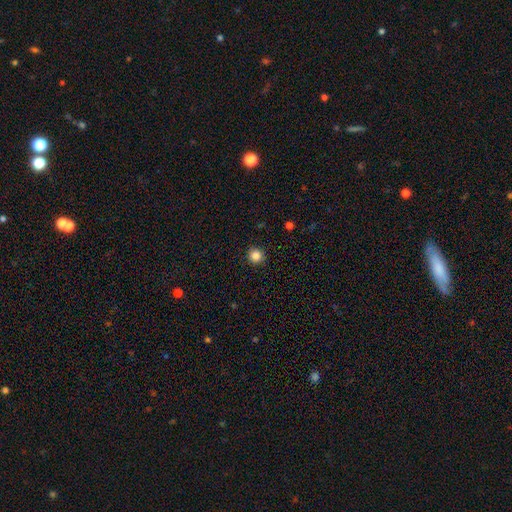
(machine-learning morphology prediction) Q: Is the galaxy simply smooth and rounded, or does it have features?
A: smooth — 85%.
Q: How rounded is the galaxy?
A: round — 93%.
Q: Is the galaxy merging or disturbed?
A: none — 92%.